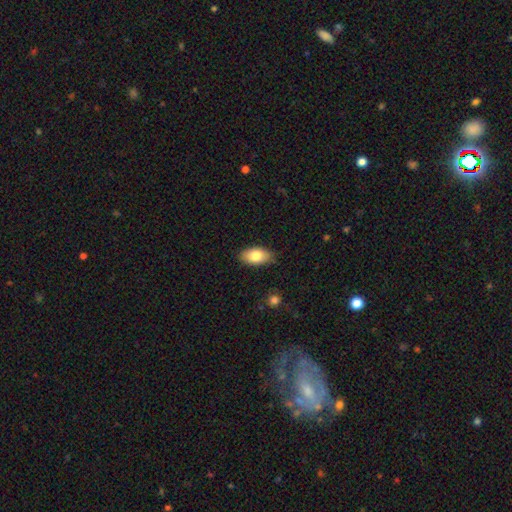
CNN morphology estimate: Q: Smooth or featured?
A: smooth (80%); runner-up: featured or disk (13%)
Q: How rounded?
A: in between (93%); runner-up: round (4%)
Q: Merging?
A: none (83%); runner-up: minor disturbance (13%)